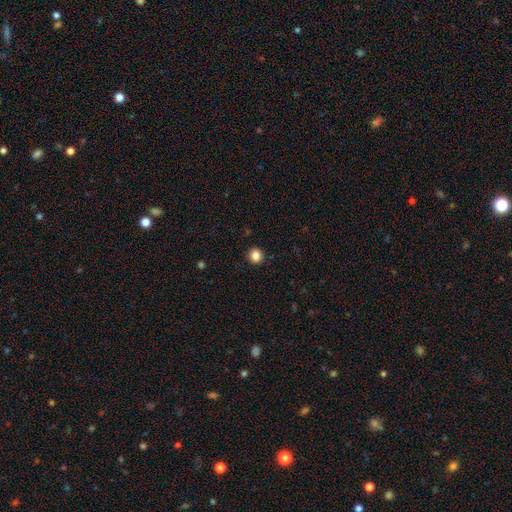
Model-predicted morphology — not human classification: This is clearly a smooth galaxy (85%). How rounded: clearly round (91%). Merging: clearly none (92%).